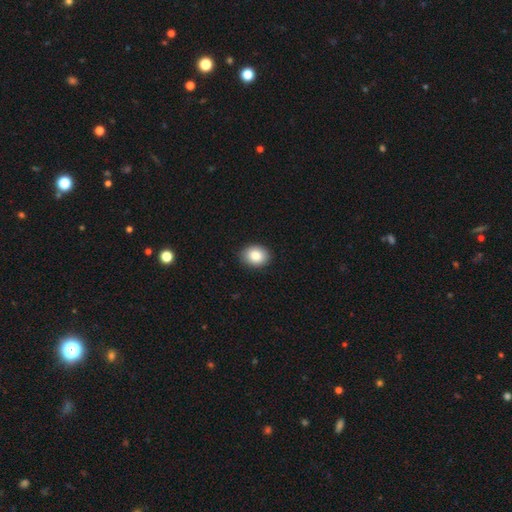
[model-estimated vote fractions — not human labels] Smooth or featured? Predicted: smooth (p=0.86). How rounded? Predicted: in between (p=0.53). Merging? Predicted: none (p=0.88).